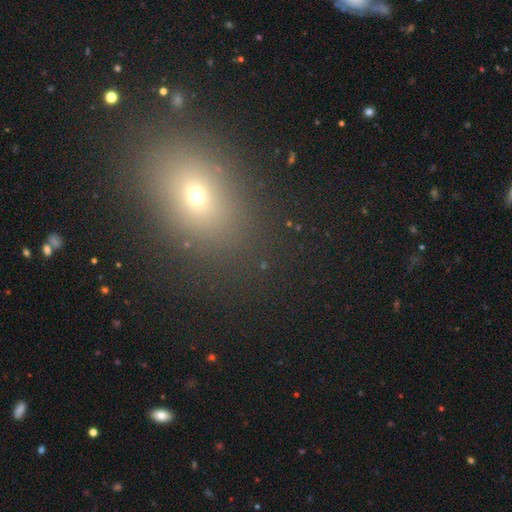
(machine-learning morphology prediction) Overall: smooth (58%; star or artifact 30%). How rounded: in between (63%; round 34%). Merging: none (87%).